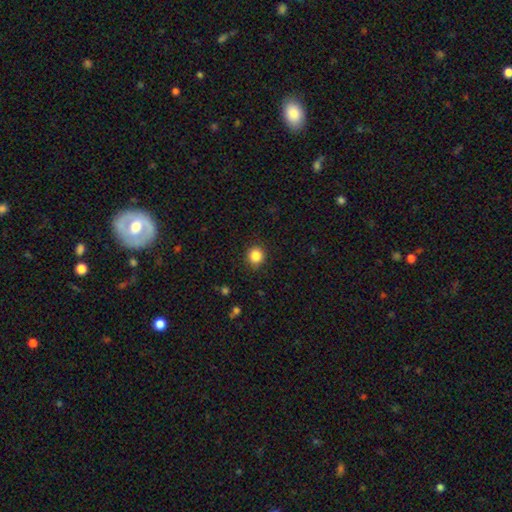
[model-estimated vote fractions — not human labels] Morphology: type=smooth (86%); roundness=round (90%); merging=none (89%).